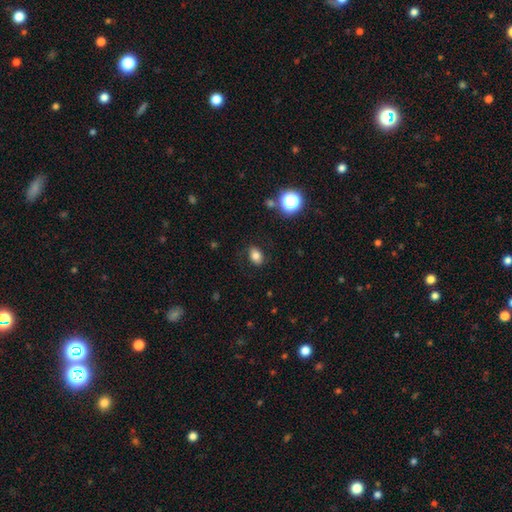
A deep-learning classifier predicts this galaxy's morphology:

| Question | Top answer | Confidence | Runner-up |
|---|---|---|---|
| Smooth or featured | smooth | 78% | star or artifact (12%) |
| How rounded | in between | 79% | round (20%) |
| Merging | none | 82% | minor disturbance (12%) |